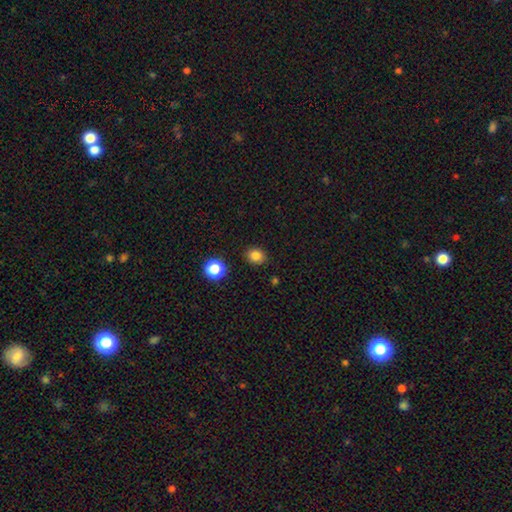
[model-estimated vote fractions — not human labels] smooth-or-featured: smooth: 82% | star or artifact: 13% | featured or disk: 5%
  how-rounded: round: 64% | in between: 35% | cigar-shaped: 1%
  merging: none: 88% | minor disturbance: 8% | major disturbance: 2% | merger: 2%